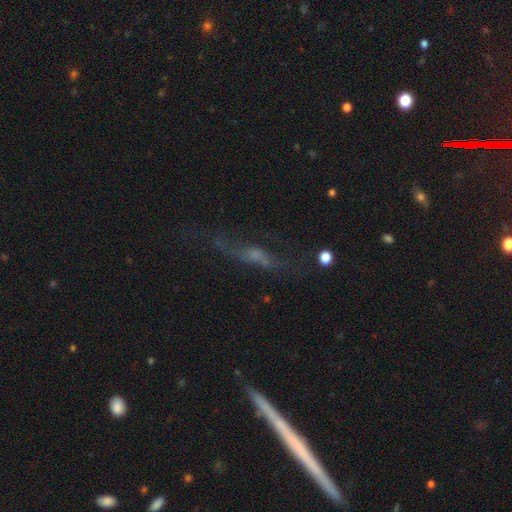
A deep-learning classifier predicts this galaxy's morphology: The model was most divided on "smooth or featured": featured or disk: 47%, smooth: 32%, star or artifact: 21%. More confident: merging — none (53%).